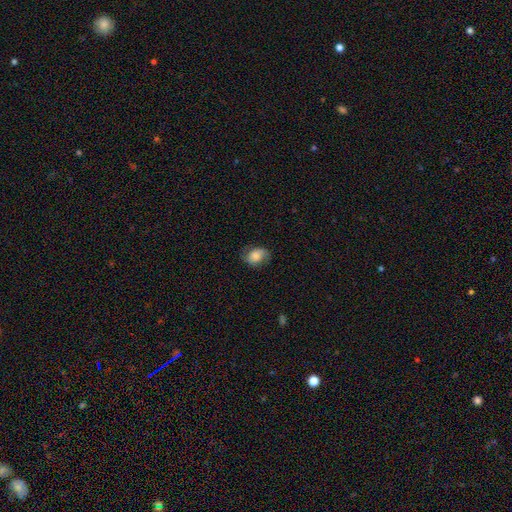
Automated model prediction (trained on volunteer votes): Morphology: type=smooth (61%); roundness=in between (68%); merging=none (69%).